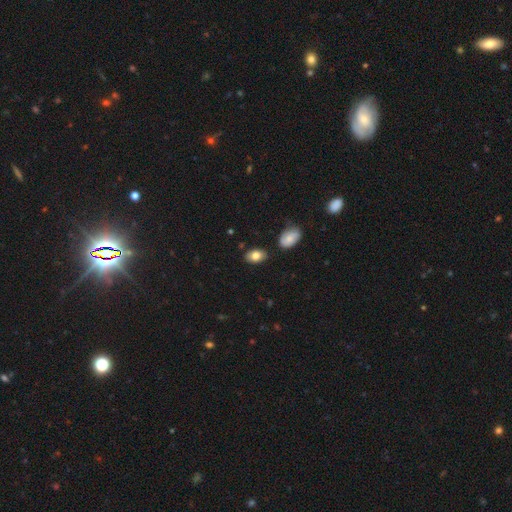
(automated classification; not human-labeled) A smooth galaxy with no disk features (80%) that is in between round and cigar-shaped (91%). Merging: none (81%).